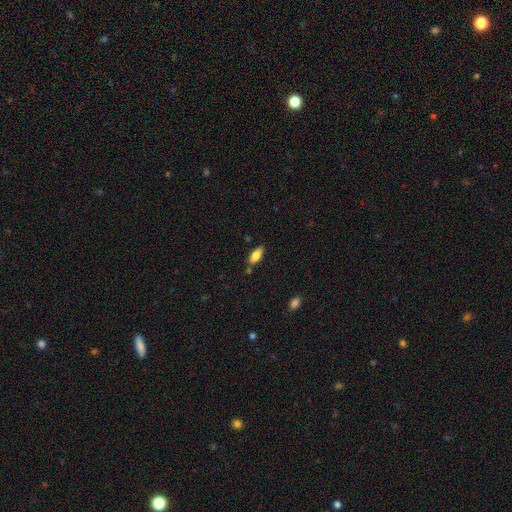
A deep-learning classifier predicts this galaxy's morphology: smooth-or-featured: smooth: 79% | featured or disk: 14% | star or artifact: 7%
  how-rounded: in between: 82% | cigar-shaped: 16% | round: 2%
  merging: none: 77% | minor disturbance: 15% | merger: 5% | major disturbance: 3%